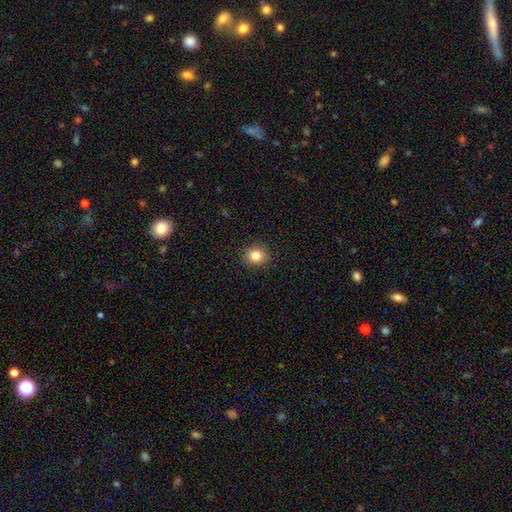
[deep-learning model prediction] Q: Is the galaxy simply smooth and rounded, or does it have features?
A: smooth — 83%.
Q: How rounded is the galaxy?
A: round — 82%.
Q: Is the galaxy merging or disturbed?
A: none — 91%.